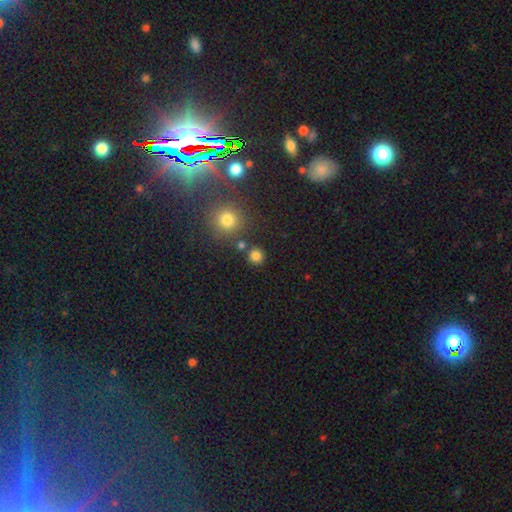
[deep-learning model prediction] smooth-or-featured: smooth: 79% | star or artifact: 16% | featured or disk: 5%
  how-rounded: round: 91% | in between: 8% | cigar-shaped: 1%
  merging: none: 83% | merger: 7% | minor disturbance: 7% | major disturbance: 3%